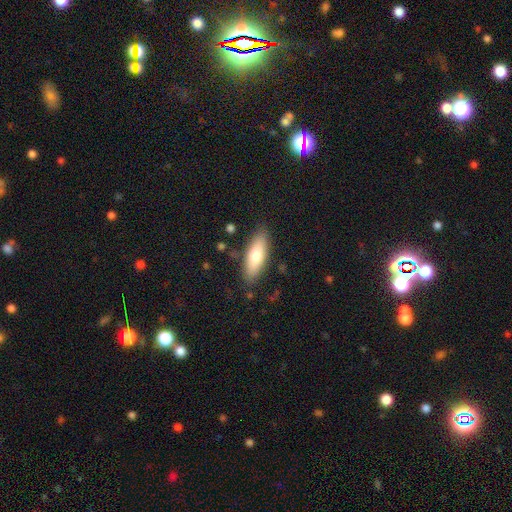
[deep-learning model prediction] smooth 72%, featured or disk 22%, star or artifact 6%. Down the decision tree: how rounded — in between (60%); merging — none (84%).